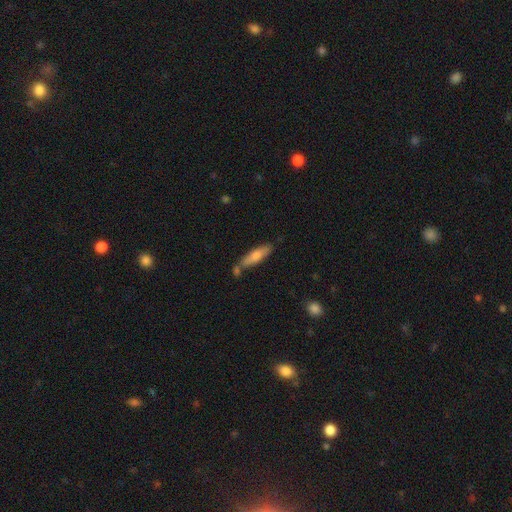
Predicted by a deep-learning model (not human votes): Overall: smooth (71%). How rounded: cigar-shaped (66%; in between 33%). Merging: none (68%).